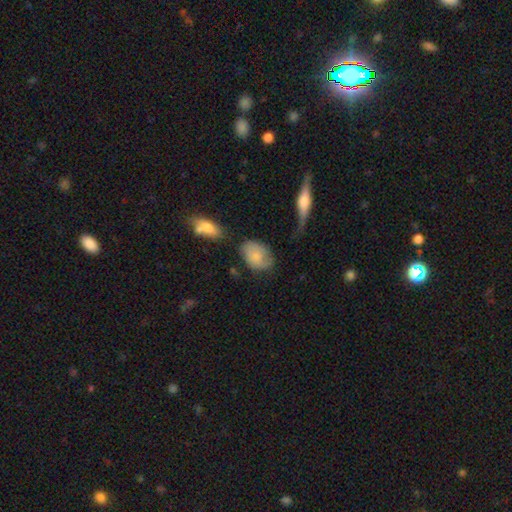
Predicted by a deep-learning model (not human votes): Overall: smooth (70%). How rounded: in between (78%). Merging: none (59%; minor disturbance 26%).